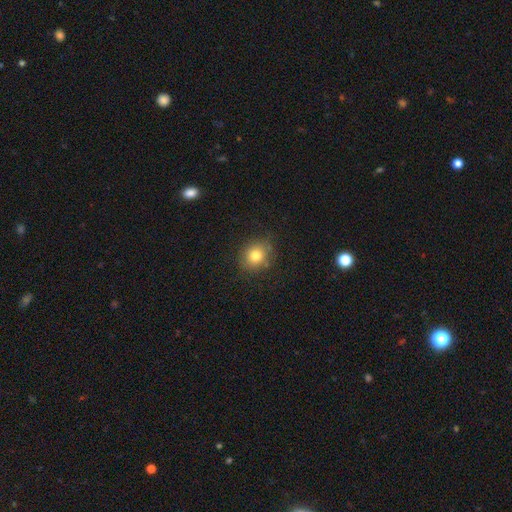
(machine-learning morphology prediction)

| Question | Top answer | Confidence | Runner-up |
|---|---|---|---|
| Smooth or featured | smooth | 79% | star or artifact (12%) |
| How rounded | round | 75% | in between (24%) |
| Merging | none | 81% | minor disturbance (13%) |